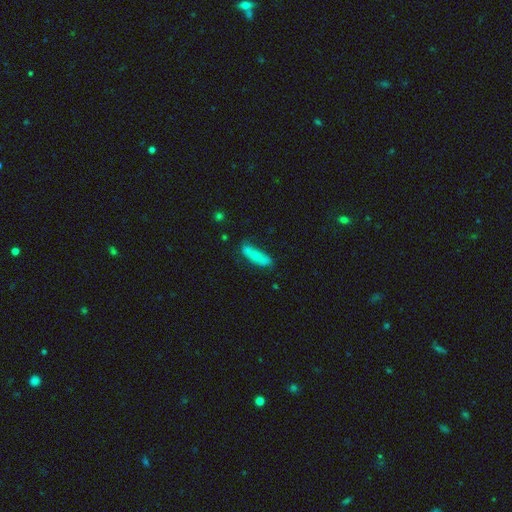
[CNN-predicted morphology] This appears to be a smooth galaxy with no disk features (62%) that is in between round and cigar-shaped (53%). Merging: none (62%).